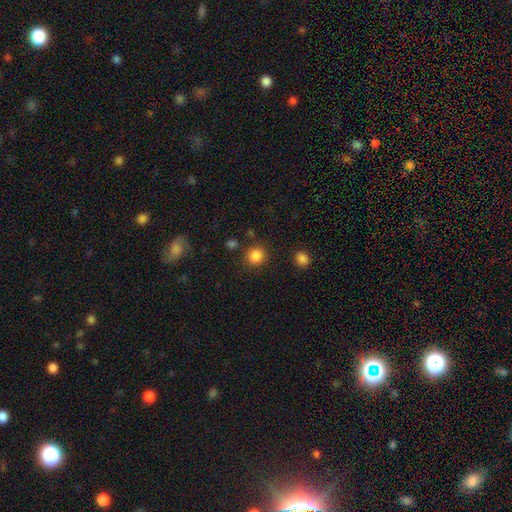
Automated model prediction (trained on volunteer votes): Smooth or featured? smooth (86%)
How rounded? round (91%)
Merging? none (87%)